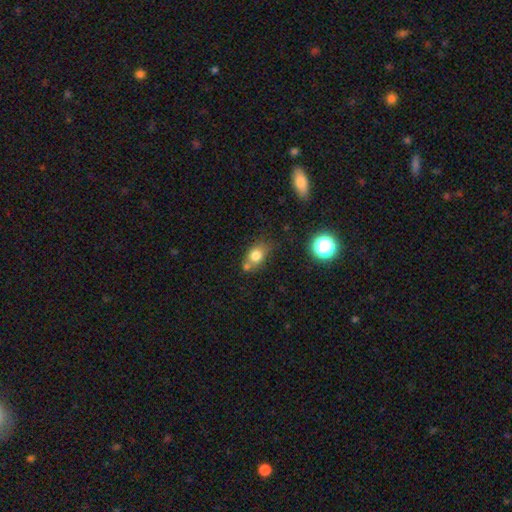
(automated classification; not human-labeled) smooth 77%, featured or disk 12%, star or artifact 12%. Down the decision tree: how rounded — in between (57%); merging — none (53%).